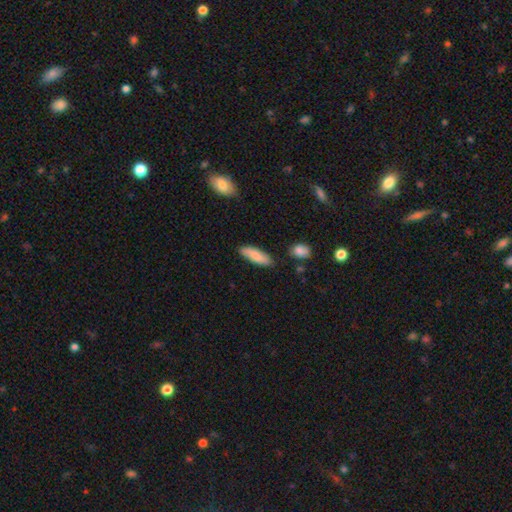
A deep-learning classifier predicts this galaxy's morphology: smooth-or-featured: smooth: 81% | featured or disk: 13% | star or artifact: 6%
  how-rounded: in between: 58% | cigar-shaped: 40% | round: 2%
  merging: none: 82% | minor disturbance: 13% | merger: 3% | major disturbance: 2%